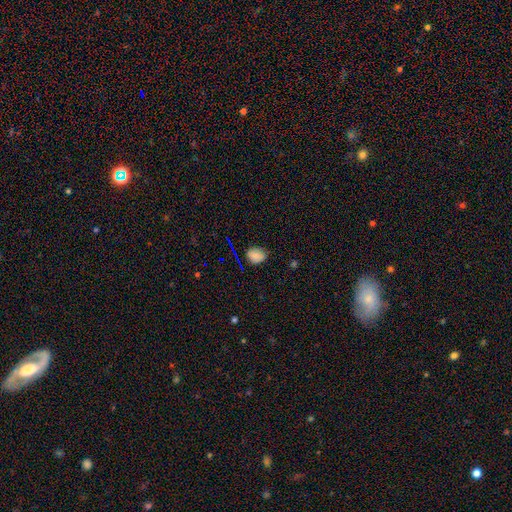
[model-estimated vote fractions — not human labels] smooth_or_featured: smooth (p=0.76) [alt: star or artifact p=0.15]
how_rounded: in between (p=0.53) [alt: round p=0.46]
merging: none (p=0.72) [alt: minor disturbance p=0.22]